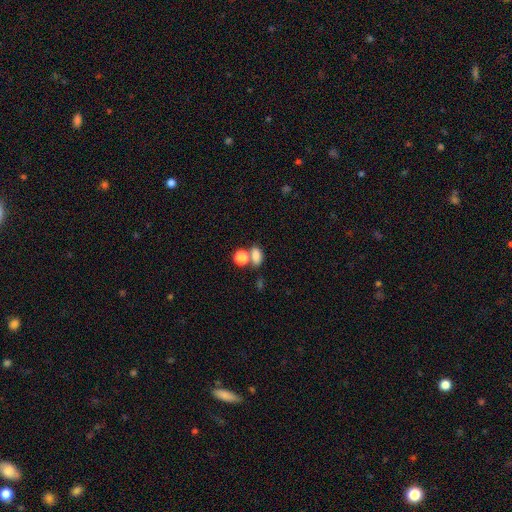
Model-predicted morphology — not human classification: Smooth or featured? Predicted: smooth (p=0.80). How rounded? Predicted: in between (p=0.77). Merging? Predicted: none (p=0.47).